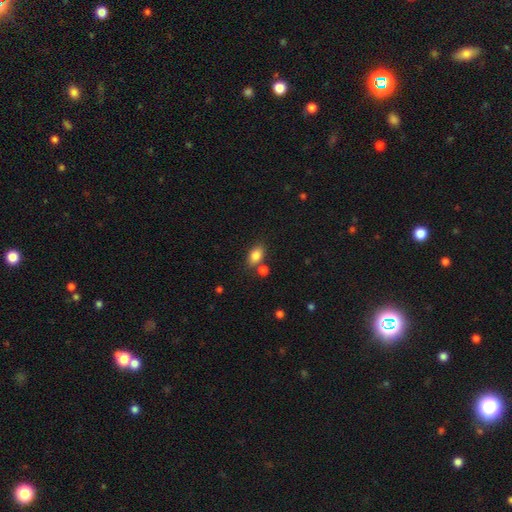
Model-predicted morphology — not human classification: This is clearly a smooth galaxy (84%). How rounded: clearly in between (84%). Merging: likely none (69%).